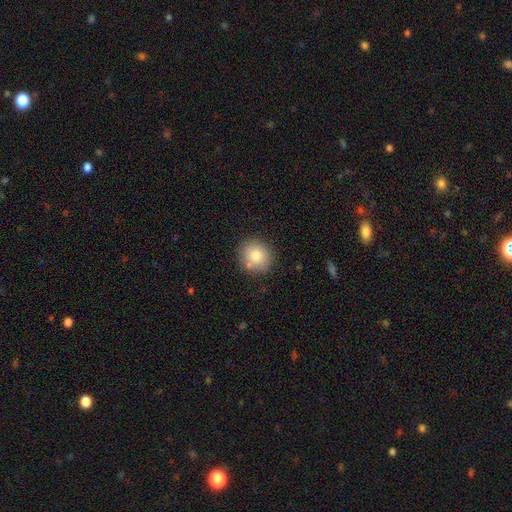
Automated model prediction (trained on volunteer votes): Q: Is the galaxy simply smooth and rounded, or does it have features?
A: smooth — 78%.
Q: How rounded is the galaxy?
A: round — 85%.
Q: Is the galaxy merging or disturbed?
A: none — 79%.